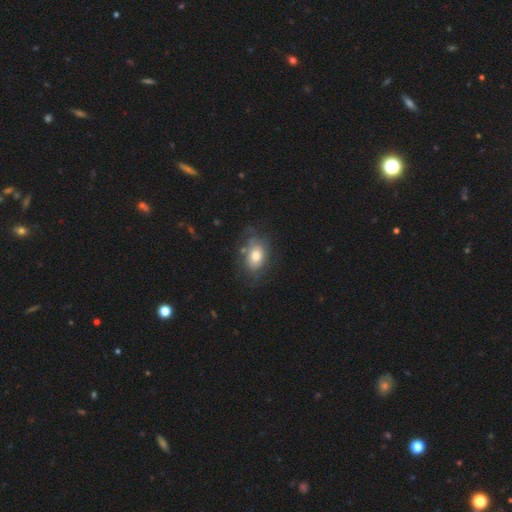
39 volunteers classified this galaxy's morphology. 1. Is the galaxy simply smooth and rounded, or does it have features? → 59% smooth, 33% featured or disk, 8% star or artifact.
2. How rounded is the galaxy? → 96% in between, 4% round, 0% cigar-shaped.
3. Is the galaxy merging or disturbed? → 58% none, 28% minor disturbance, 11% major disturbance, 3% merger.